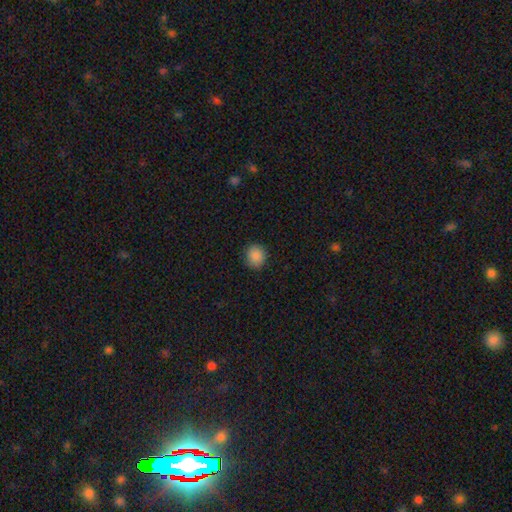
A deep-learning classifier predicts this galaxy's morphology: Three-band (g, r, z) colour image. It shows a smooth galaxy with no disk features (88%) that is round (82%). Merging: none (89%).